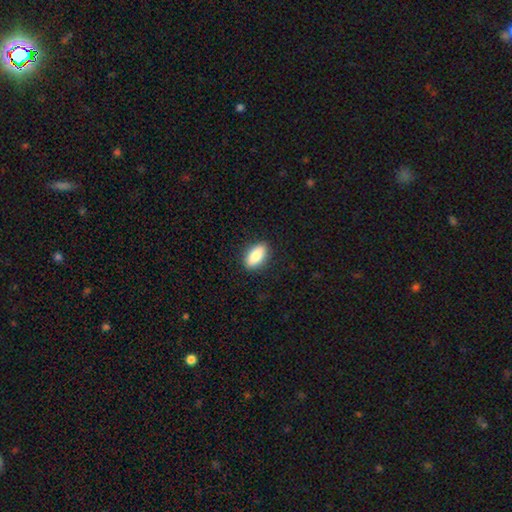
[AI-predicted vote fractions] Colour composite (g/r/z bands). It shows a smooth galaxy with no disk features (84%) that is in between round and cigar-shaped (87%). Merging: none (88%).